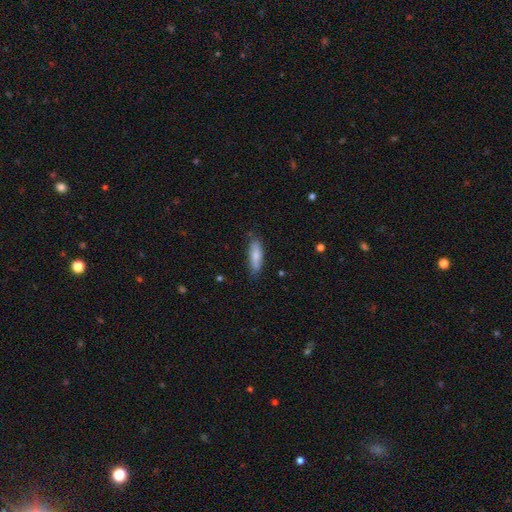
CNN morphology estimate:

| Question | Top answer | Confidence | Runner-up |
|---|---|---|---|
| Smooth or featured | smooth | 77% | featured or disk (17%) |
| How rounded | in between | 54% | cigar-shaped (44%) |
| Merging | none | 78% | minor disturbance (18%) |